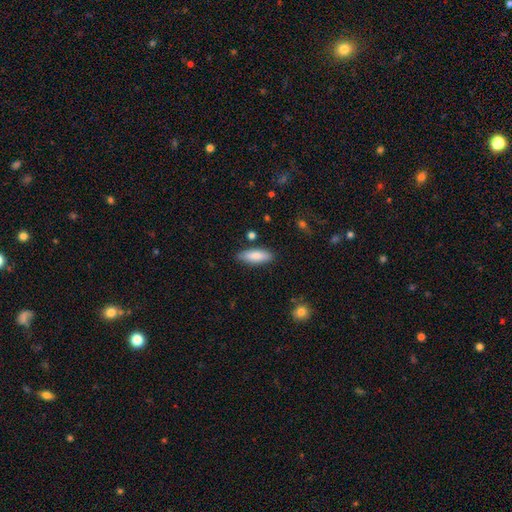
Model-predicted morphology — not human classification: Smooth or featured?
  - smooth: 85% *
  - featured or disk: 9%
  - star or artifact: 6%
How rounded?
  - in between: 63% *
  - cigar-shaped: 35%
  - round: 2%
Merging?
  - none: 84% *
  - minor disturbance: 11%
  - merger: 2%
  - major disturbance: 2%